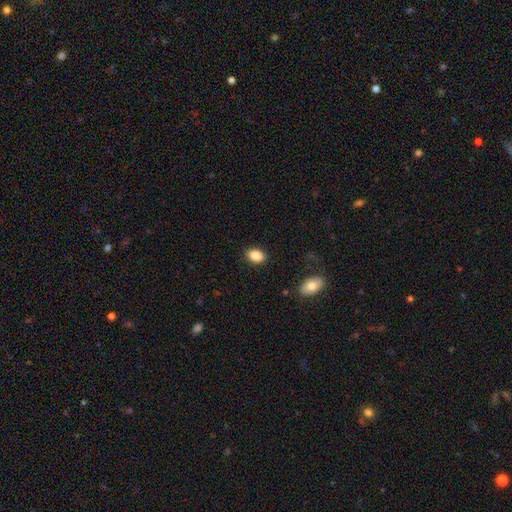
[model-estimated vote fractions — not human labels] Smooth or featured: smooth — 86% (star or artifact — 9%)
How rounded: in between — 79% (round — 20%)
Merging: none — 88% (minor disturbance — 9%)